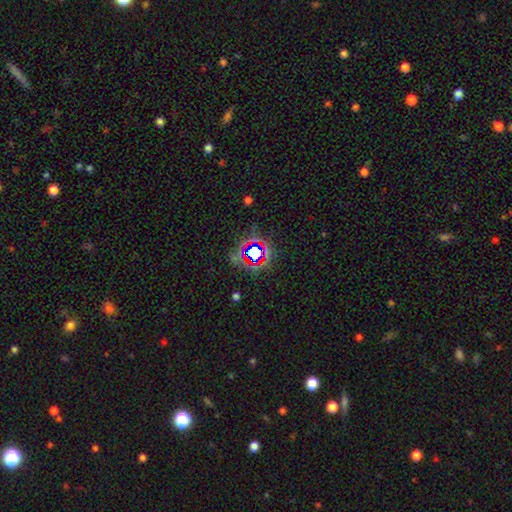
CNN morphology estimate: smooth-or-featured: star or artifact: 75% | smooth: 15% | featured or disk: 10%